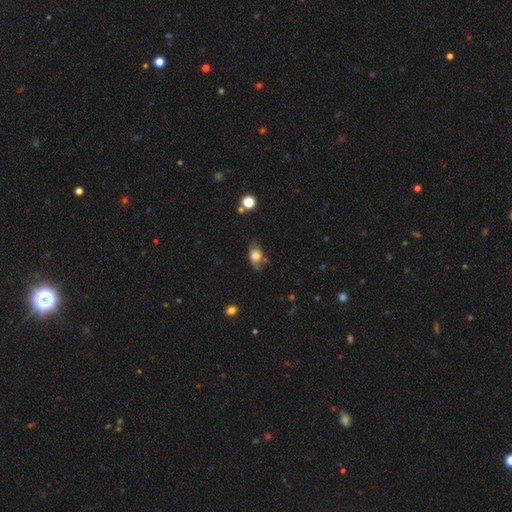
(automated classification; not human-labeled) This is likely a smooth galaxy (72%). How rounded: likely in between (78%). Merging: likely none (61%).